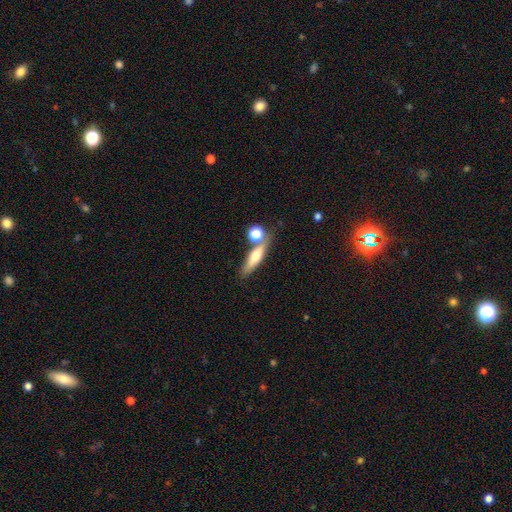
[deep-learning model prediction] smooth 56%, featured or disk 36%, star or artifact 8%. Down the decision tree: how rounded — cigar-shaped (61%); merging — none (61%).